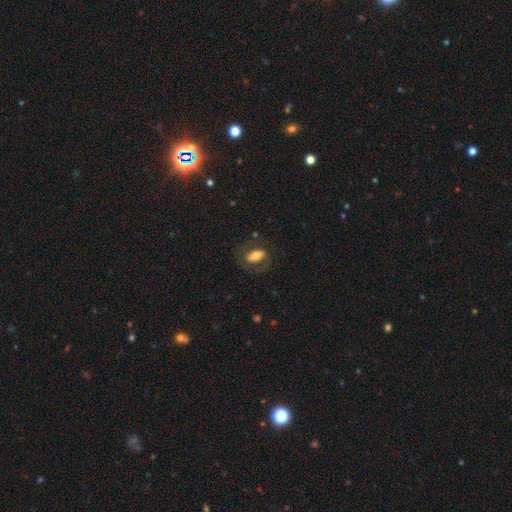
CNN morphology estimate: smooth-or-featured: smooth: 60% | featured or disk: 33% | star or artifact: 7%
  how-rounded: in between: 87% | round: 9% | cigar-shaped: 4%
  merging: none: 66% | minor disturbance: 18% | major disturbance: 14% | merger: 2%